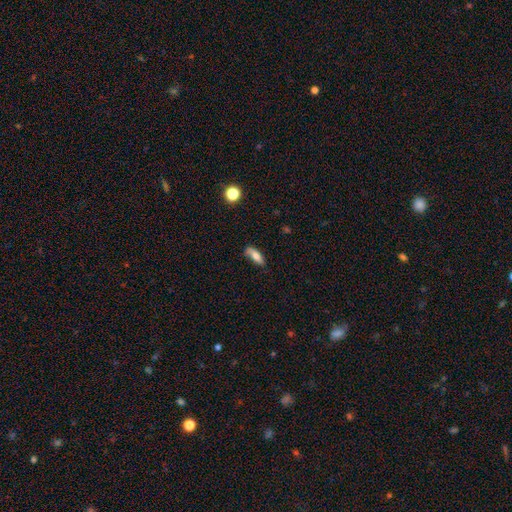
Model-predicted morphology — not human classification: This appears to be a smooth galaxy with no disk features (73%) that is in between round and cigar-shaped (66%). Merging: none (56%).